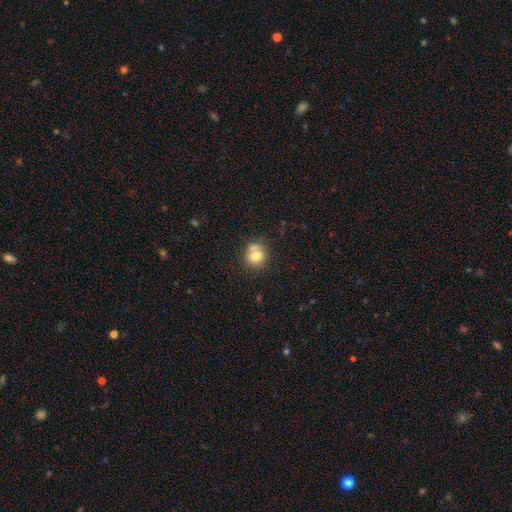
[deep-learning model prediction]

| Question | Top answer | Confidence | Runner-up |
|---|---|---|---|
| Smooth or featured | smooth | 76% | featured or disk (14%) |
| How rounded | round | 82% | in between (17%) |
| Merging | none | 53% | merger (28%) |